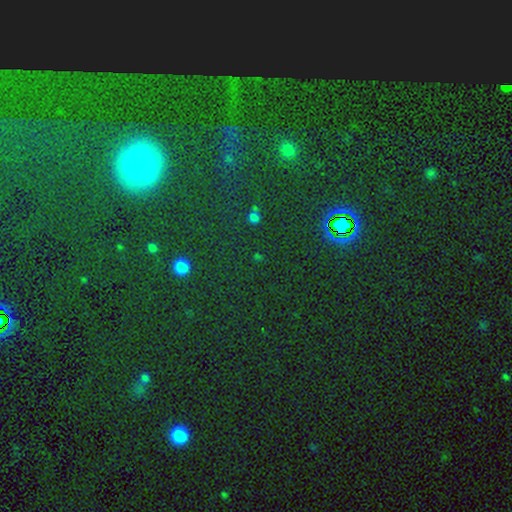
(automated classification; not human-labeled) smooth-or-featured: star or artifact: 64% | smooth: 22% | featured or disk: 13%